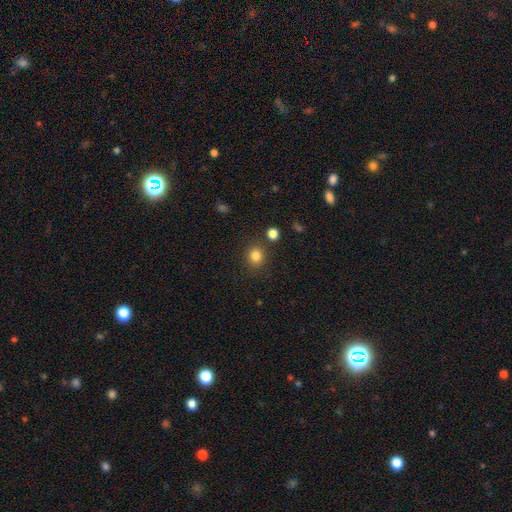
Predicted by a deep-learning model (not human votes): The model was most divided on "how rounded": round: 81%, in between: 19%, cigar-shaped: 1%. More confident: smooth or featured — smooth (83%); merging — none (82%).